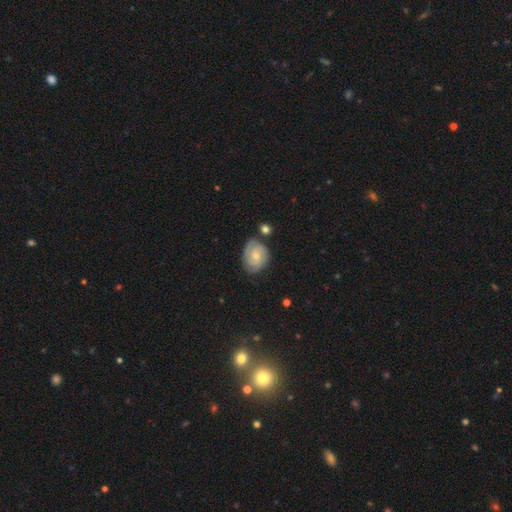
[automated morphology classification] type=featured or disk (60%); edge-on=no (97%); bar=no (65%); spiral arms=yes (89%); winding=tight (62%); arm count=2 (41%); bulge=small (46%); merging=none (67%).